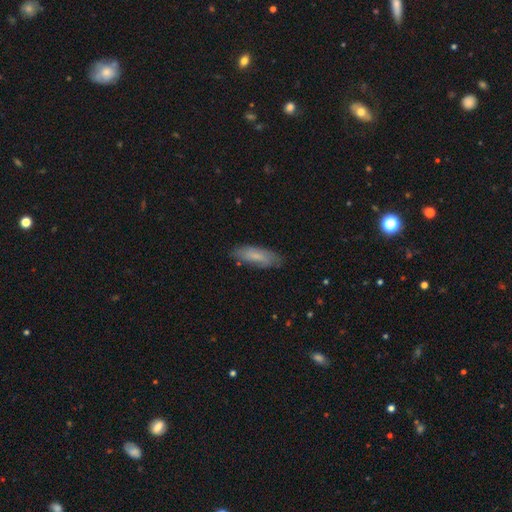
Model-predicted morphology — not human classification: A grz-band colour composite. It shows a smooth galaxy with no disk features (70%) that is in between round and cigar-shaped (58%). Merging: none (76%).